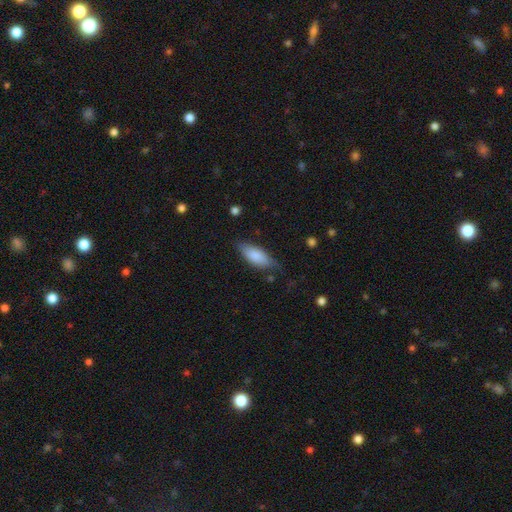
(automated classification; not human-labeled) This is clearly a smooth galaxy (81%). How rounded: likely in between (79%). Merging: likely none (65%).